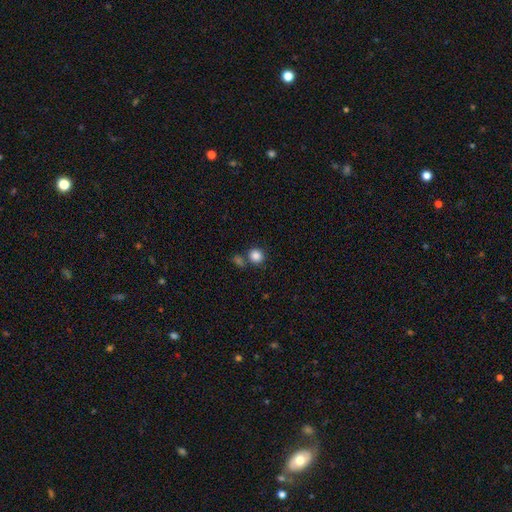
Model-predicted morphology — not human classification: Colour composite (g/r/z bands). It shows a smooth galaxy with no disk features (85%) that is round (86%). Merging: none (68%).